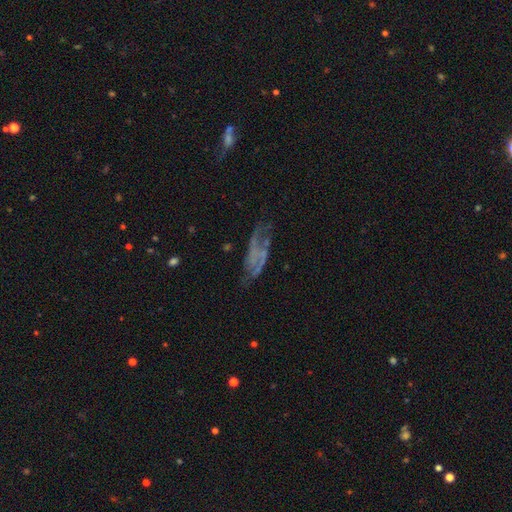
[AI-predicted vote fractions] Morphology: type=featured or disk (61%); edge-on=no (90%); bar=no (70%); spiral arms=yes (51%); bulge=none (77%); merging=none (44%).